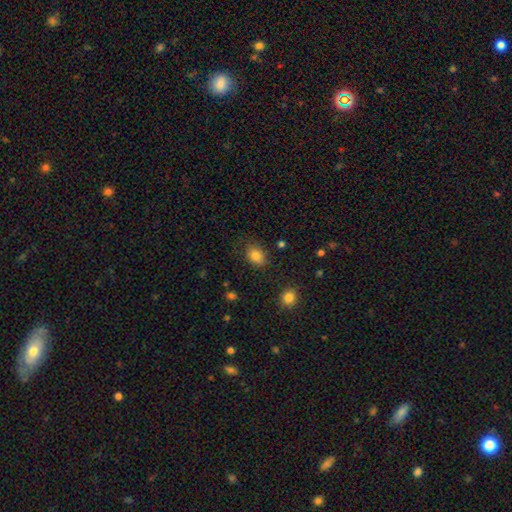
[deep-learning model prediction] A smooth galaxy with no disk features (82%) that is in between round and cigar-shaped (72%).

Vote fractions:
- Smooth or featured? smooth: 82% / star or artifact: 10% / featured or disk: 7%
- How rounded? in between: 72% / round: 27% / cigar-shaped: 1%
- Merging? none: 78% / minor disturbance: 16% / major disturbance: 4% / merger: 2%